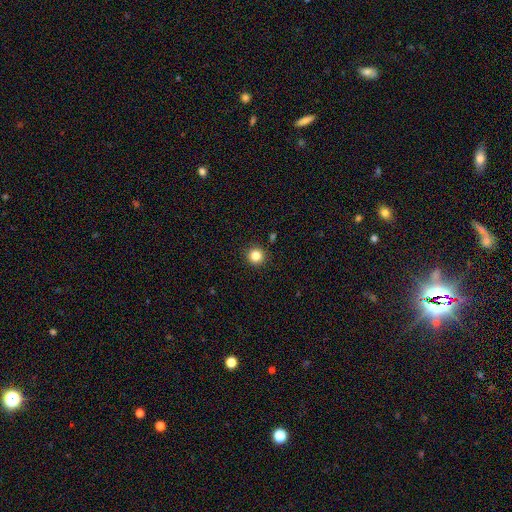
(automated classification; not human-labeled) Q: Smooth or featured?
A: smooth (84%); runner-up: star or artifact (12%)
Q: How rounded?
A: round (95%); runner-up: in between (4%)
Q: Merging?
A: none (92%); runner-up: minor disturbance (5%)